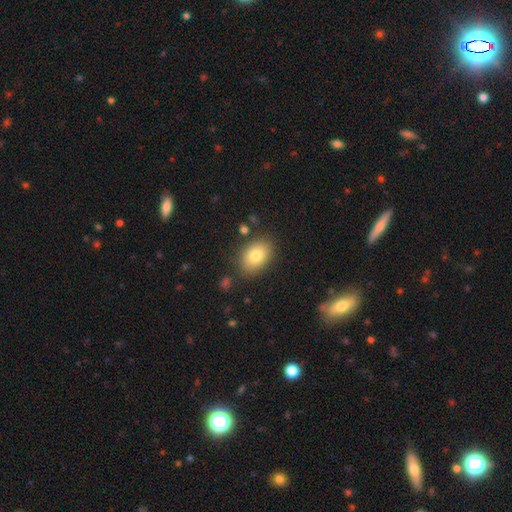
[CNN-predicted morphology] type=smooth (79%); roundness=in between (79%); merging=none (82%).